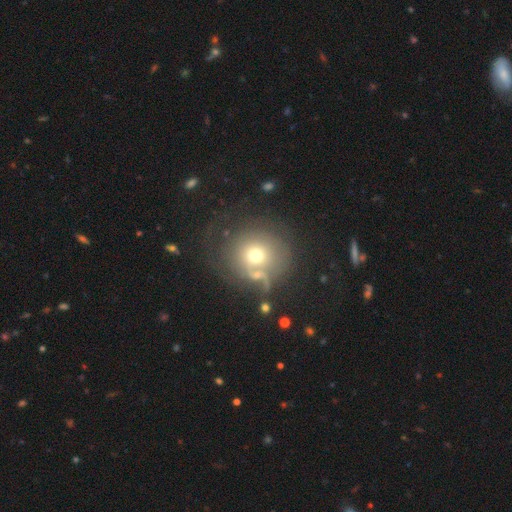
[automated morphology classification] smooth-or-featured: smooth: 61% | featured or disk: 26% | star or artifact: 14%
  how-rounded: round: 88% | in between: 11% | cigar-shaped: 1%
  merging: none: 52% | major disturbance: 18% | minor disturbance: 16% | merger: 15%